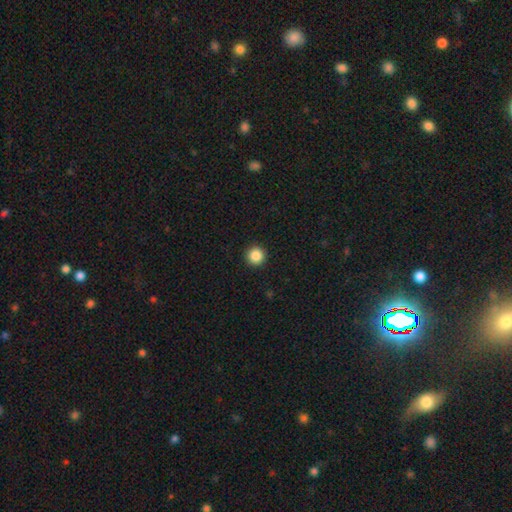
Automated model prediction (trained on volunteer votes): Morphology: type=smooth (87%); roundness=round (96%); merging=none (94%).